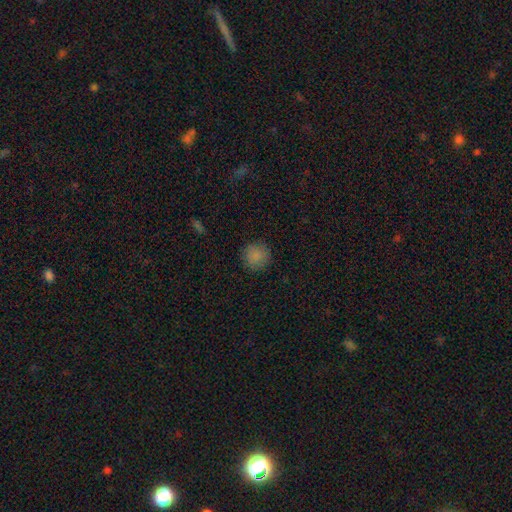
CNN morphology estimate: smooth-or-featured: smooth: 85% | star or artifact: 11% | featured or disk: 4%
  how-rounded: round: 94% | in between: 5% | cigar-shaped: 1%
  merging: none: 89% | minor disturbance: 7% | major disturbance: 2% | merger: 1%